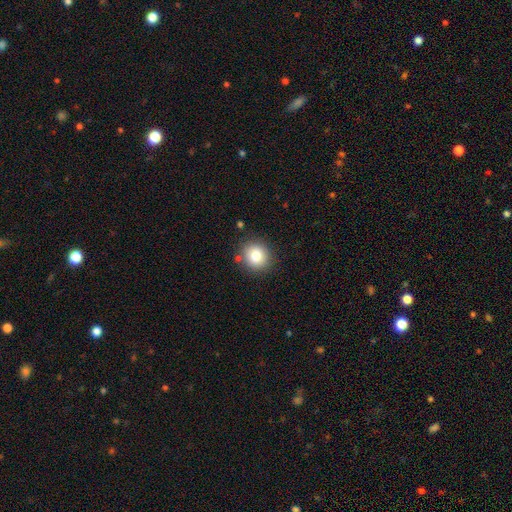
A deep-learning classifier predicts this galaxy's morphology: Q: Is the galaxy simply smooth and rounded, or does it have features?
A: smooth — 81%.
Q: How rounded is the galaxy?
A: round — 88%.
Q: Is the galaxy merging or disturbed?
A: none — 86%.